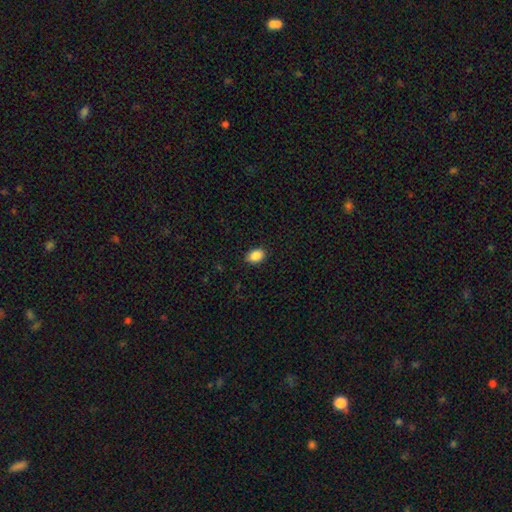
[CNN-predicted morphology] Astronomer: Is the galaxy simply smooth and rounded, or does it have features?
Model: smooth — 89%.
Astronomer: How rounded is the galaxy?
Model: in between — 80%.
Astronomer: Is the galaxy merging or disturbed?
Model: none — 89%.